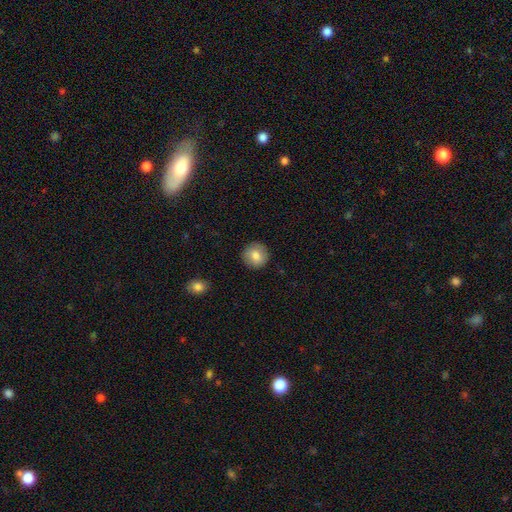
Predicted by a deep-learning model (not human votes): smooth 80%, featured or disk 12%, star or artifact 8%. Down the decision tree: how rounded — round (93%); merging — none (90%).